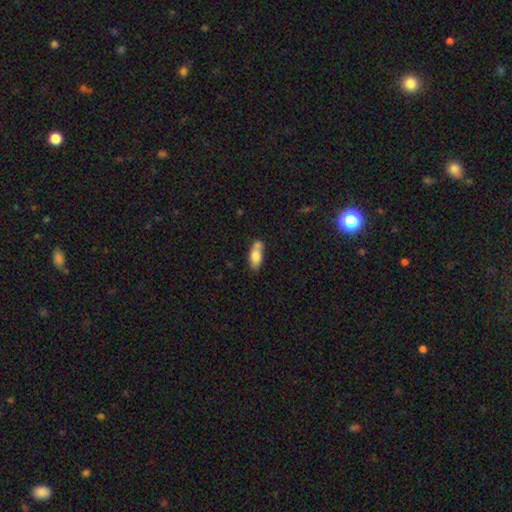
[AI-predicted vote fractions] A smooth galaxy with no disk features (75%) that is in between round and cigar-shaped (81%). Merging: none (43%).